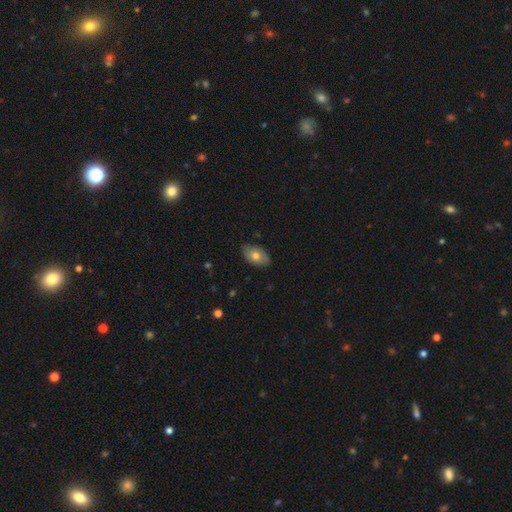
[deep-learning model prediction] This appears to be a smooth galaxy with no disk features (69%) that is in between round and cigar-shaped (91%). Merging: none (82%).